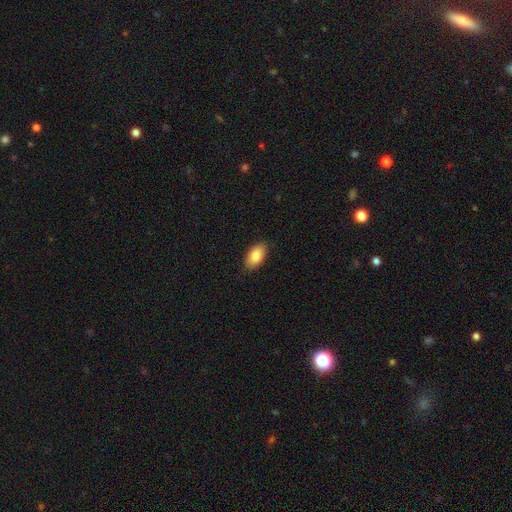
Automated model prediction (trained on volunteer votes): This is clearly a smooth galaxy (85%). How rounded: clearly in between (93%). Merging: clearly none (88%).